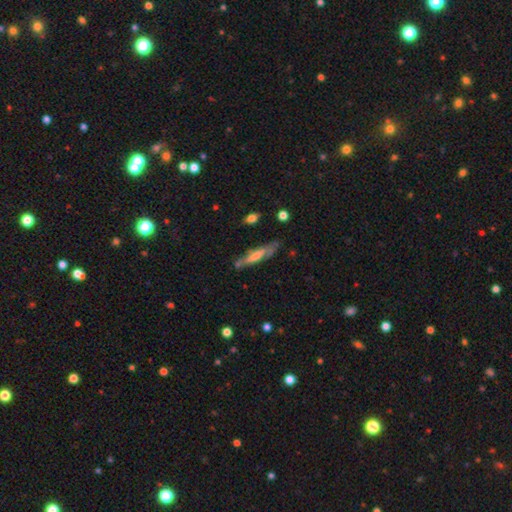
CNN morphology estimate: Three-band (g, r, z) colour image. It shows a featured or disk galaxy (49%). Merging: none (68%).